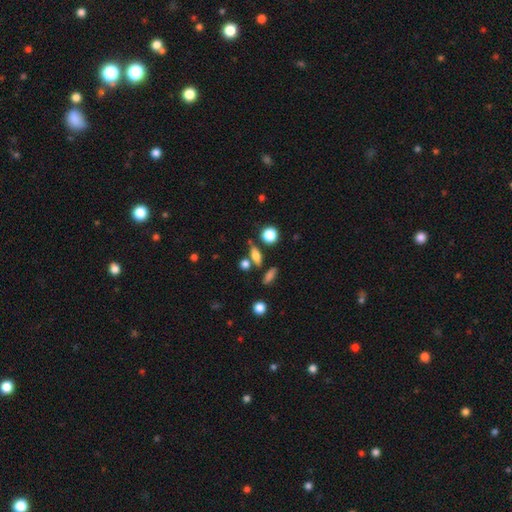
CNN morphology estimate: smooth_or_featured: smooth (p=0.72) [alt: featured or disk p=0.15]
how_rounded: in between (p=0.51) [alt: round p=0.30]
merging: none (p=0.70) [alt: merger p=0.14]